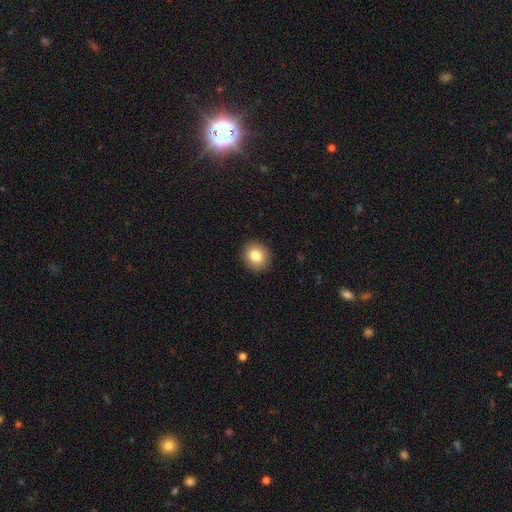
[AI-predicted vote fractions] Smooth or featured: smooth — 82% (star or artifact — 9%)
How rounded: round — 71% (in between — 28%)
Merging: none — 91% (minor disturbance — 6%)